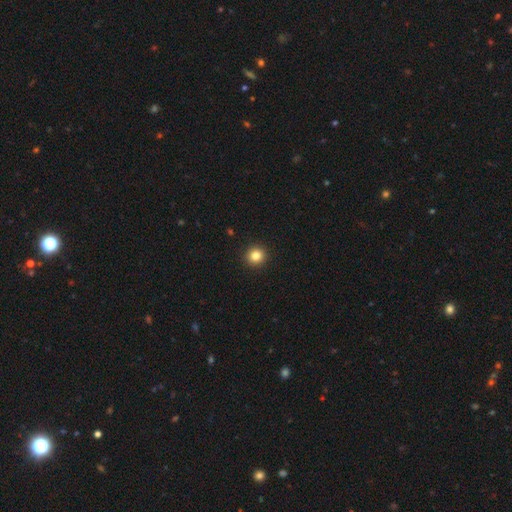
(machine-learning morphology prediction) type=smooth (84%); roundness=round (93%); merging=none (93%).